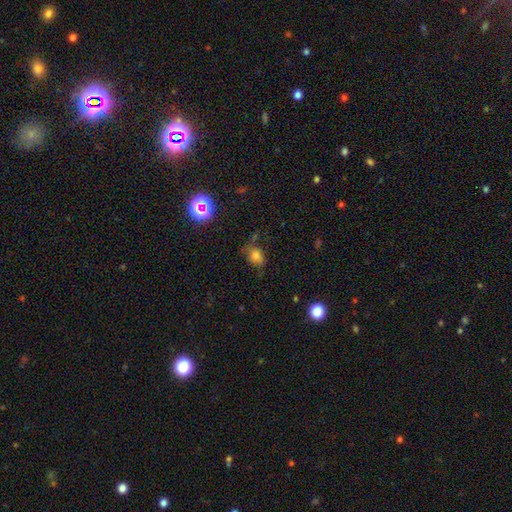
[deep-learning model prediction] Smooth or featured? smooth (70%)
How rounded? in between (61%)
Merging? none (56%)